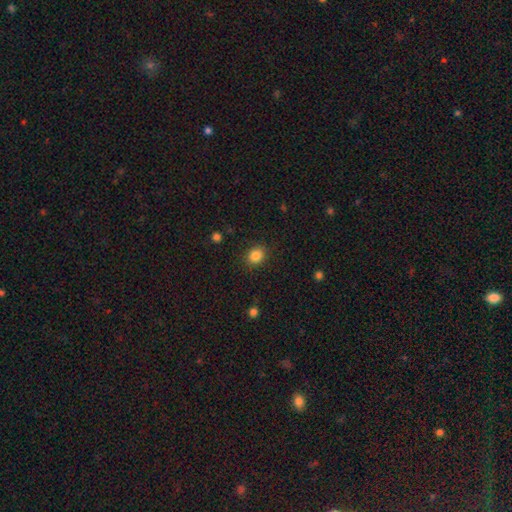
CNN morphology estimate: A smooth galaxy with no disk features (85%) that is round (68%). Merging: none (88%).